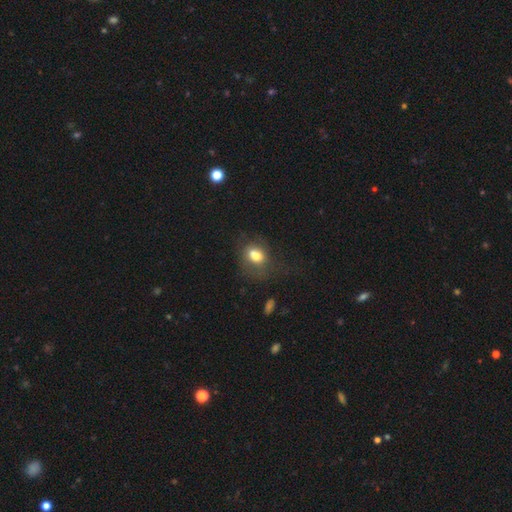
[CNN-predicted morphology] smooth 69%, featured or disk 19%, star or artifact 12%. Down the decision tree: how rounded — in between (51%); merging — none (37%).